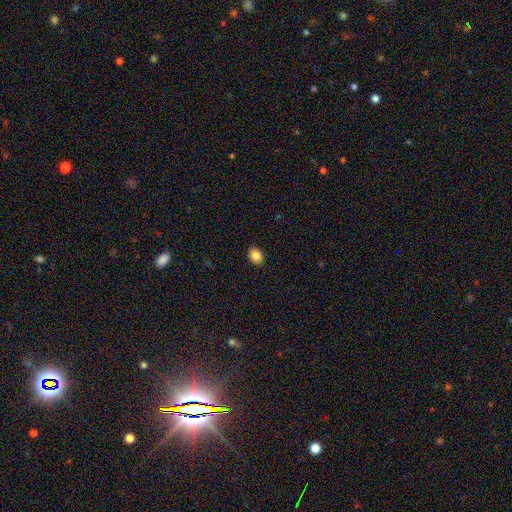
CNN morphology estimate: Smooth or featured?
  - smooth: 85% *
  - star or artifact: 9%
  - featured or disk: 5%
How rounded?
  - in between: 67% *
  - round: 32%
  - cigar-shaped: 1%
Merging?
  - none: 90% *
  - minor disturbance: 7%
  - major disturbance: 2%
  - merger: 1%